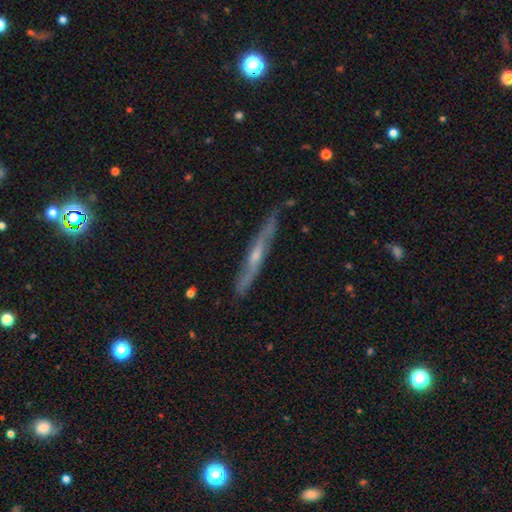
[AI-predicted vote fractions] featured or disk 68%, smooth 26%, star or artifact 6%. Down the decision tree: edge-on disk — yes (84%); edge-on bulge — rounded (53%); merging — none (78%).